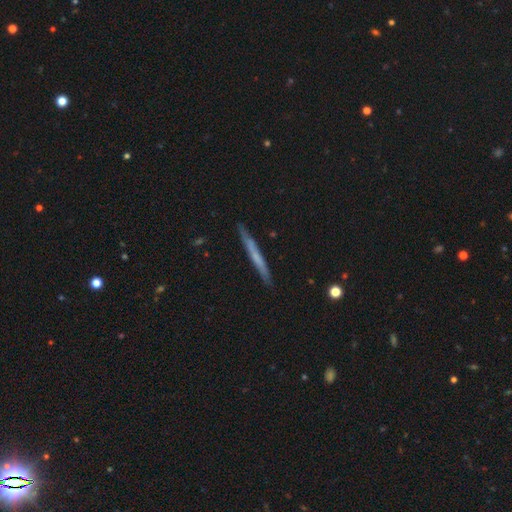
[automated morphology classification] This appears to be a smooth galaxy with no disk features (48%). Merging: none (88%).